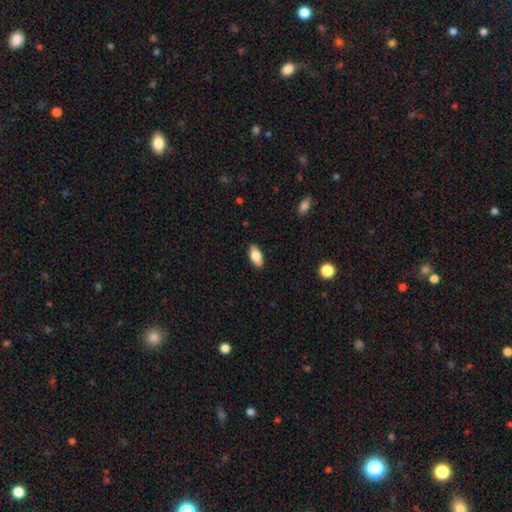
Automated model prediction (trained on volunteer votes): This is likely a smooth galaxy (76%). How rounded: clearly in between (87%). Merging: clearly none (88%).